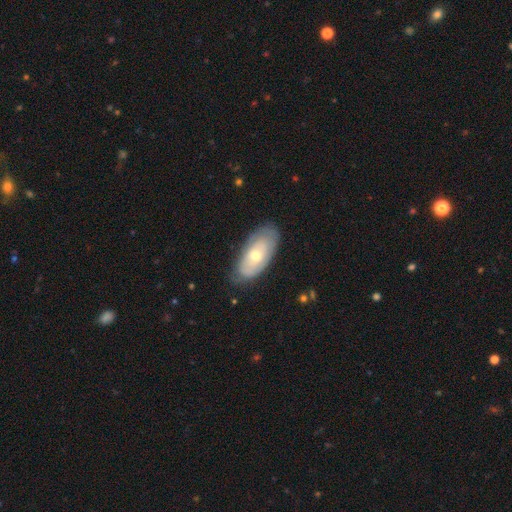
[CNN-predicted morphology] featured or disk 47% (tied), smooth 47% (tied), star or artifact 6%. Down the decision tree: merging — none (74%).